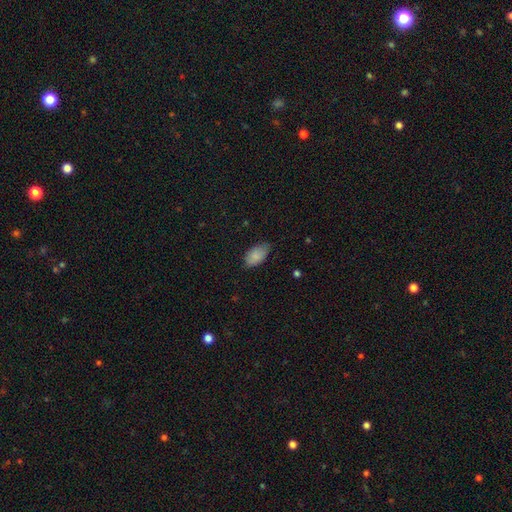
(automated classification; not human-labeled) smooth-or-featured: smooth: 86% | featured or disk: 7% | star or artifact: 7%
  how-rounded: in between: 94% | round: 4% | cigar-shaped: 2%
  merging: none: 74% | minor disturbance: 21% | major disturbance: 4% | merger: 1%